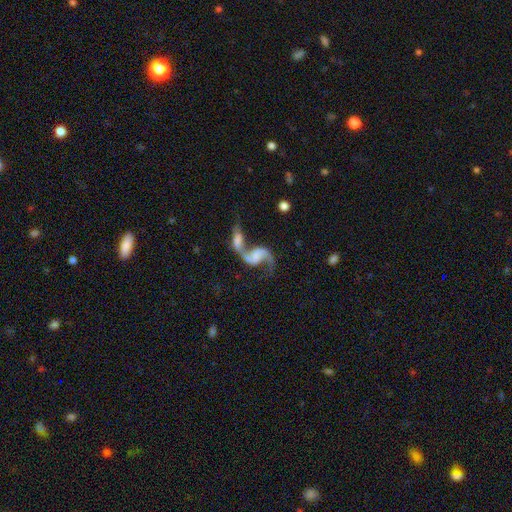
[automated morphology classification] Smooth or featured?
  - featured or disk: 82% *
  - smooth: 12%
  - star or artifact: 6%
Edge-on disk?
  - no: 97% *
  - yes: 3%
Bar?
  - no: 51% *
  - weak: 35%
  - strong: 14%
Spiral arms?
  - yes: 93% *
  - no: 7%
Spiral winding?
  - loose: 79% *
  - medium: 18%
  - tight: 3%
Spiral arm count?
  - 2: 86% *
  - 1: 8%
  - can't tell: 2%
  - 3: 1%
  - 4: 1%
  - more than 4: 1%
Bulge size?
  - none: 46% *
  - small: 24%
  - moderate: 18%
  - large: 10%
  - dominant: 3%
Merging?
  - merger: 63% *
  - none: 20%
  - major disturbance: 10%
  - minor disturbance: 8%